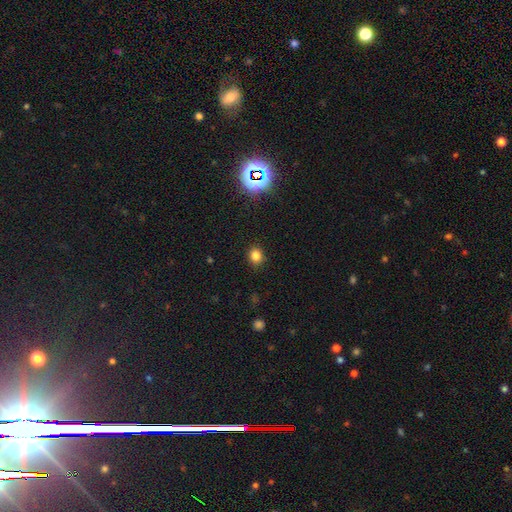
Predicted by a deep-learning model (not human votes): This appears to be a smooth galaxy with no disk features (81%) that is round (70%). Merging: none (89%).